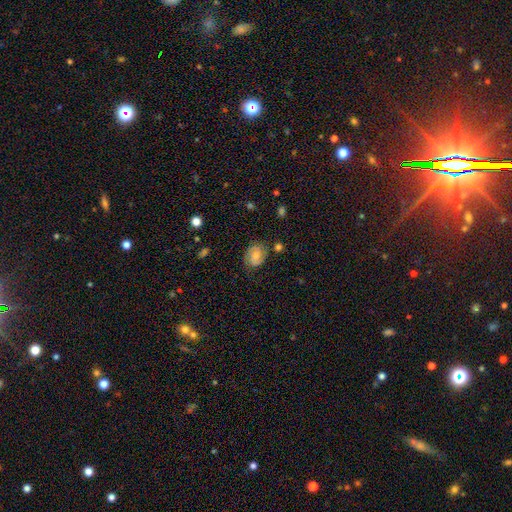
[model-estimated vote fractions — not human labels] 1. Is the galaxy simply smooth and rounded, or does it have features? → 47% featured or disk, 44% smooth, 9% star or artifact.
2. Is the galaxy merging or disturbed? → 75% none, 18% minor disturbance, 5% major disturbance, 3% merger.